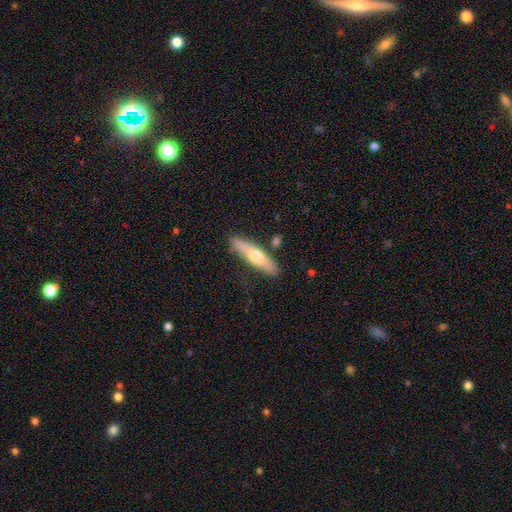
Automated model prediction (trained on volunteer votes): Q: Smooth or featured?
A: smooth (57%); runner-up: featured or disk (37%)
Q: How rounded?
A: cigar-shaped (72%); runner-up: in between (26%)
Q: Merging?
A: none (82%); runner-up: minor disturbance (12%)